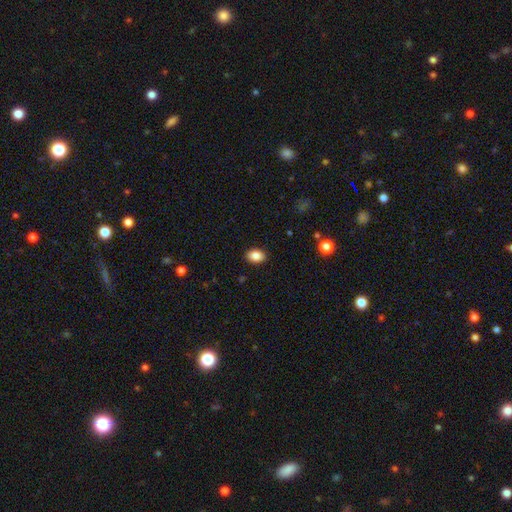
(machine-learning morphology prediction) Overall: smooth (87%). How rounded: in between (80%). Merging: none (90%).